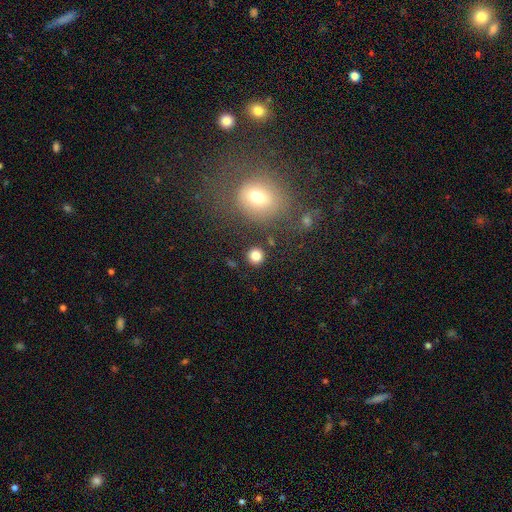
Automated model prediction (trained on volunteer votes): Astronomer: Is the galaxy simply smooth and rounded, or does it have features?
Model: smooth — 82%.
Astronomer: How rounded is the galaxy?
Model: round — 91%.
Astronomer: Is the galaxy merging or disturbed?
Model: none — 86%.